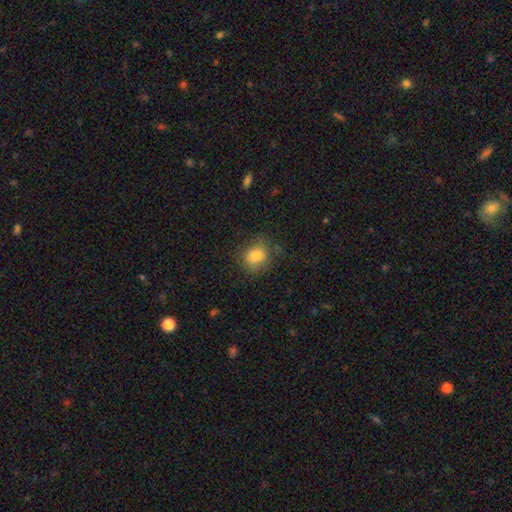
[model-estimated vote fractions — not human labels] Overall: smooth (82%). How rounded: round (64%; in between 35%). Merging: none (78%).